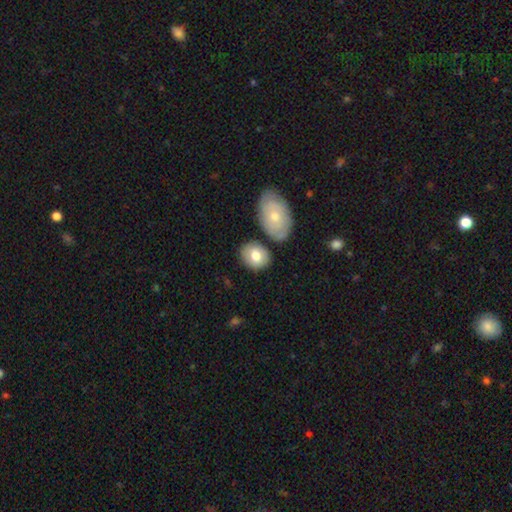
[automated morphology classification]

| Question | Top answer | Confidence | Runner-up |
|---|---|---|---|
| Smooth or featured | smooth | 75% | featured or disk (19%) |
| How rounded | in between | 53% | round (46%) |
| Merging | none | 72% | minor disturbance (14%) |